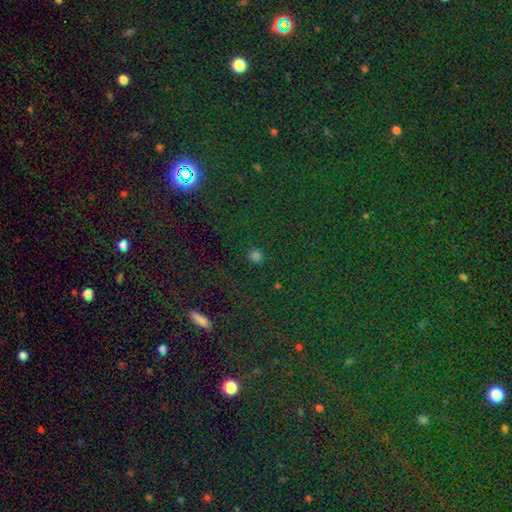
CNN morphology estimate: smooth_or_featured: smooth (p=0.67) [alt: star or artifact p=0.28]
how_rounded: round (p=0.77) [alt: in between p=0.21]
merging: none (p=0.84) [alt: minor disturbance p=0.10]